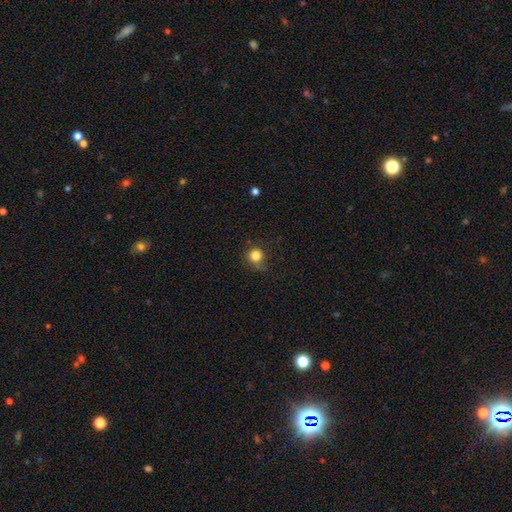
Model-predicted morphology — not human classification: smooth 82%, star or artifact 12%, featured or disk 5%. Down the decision tree: how rounded — round (92%); merging — none (77%).